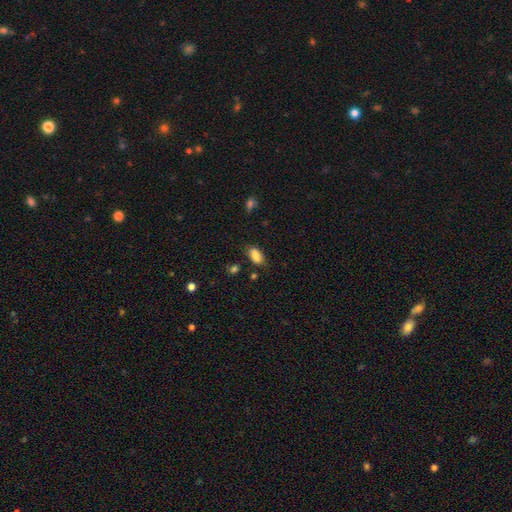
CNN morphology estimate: A smooth galaxy with no disk features (87%) that is in between round and cigar-shaped (92%). Merging: none (76%).